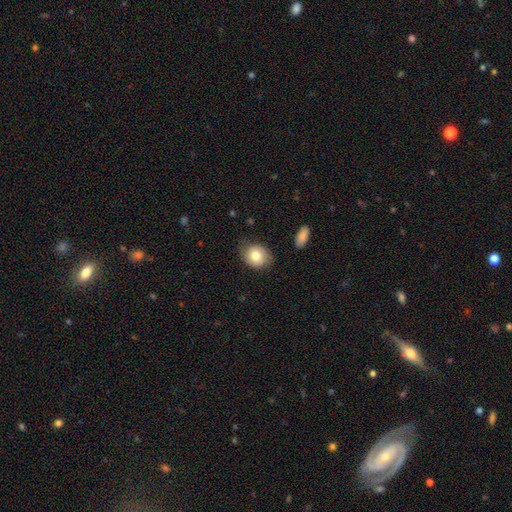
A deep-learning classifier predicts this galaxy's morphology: smooth-or-featured: smooth: 78% | featured or disk: 14% | star or artifact: 8%
  how-rounded: round: 57% | in between: 42% | cigar-shaped: 1%
  merging: none: 73% | minor disturbance: 21% | major disturbance: 5% | merger: 2%